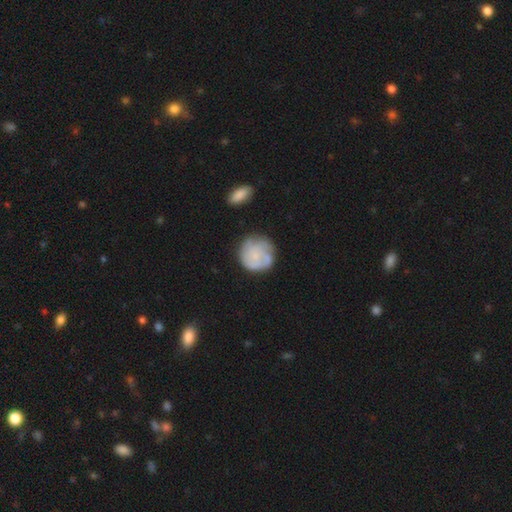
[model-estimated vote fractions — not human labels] Smooth or featured: smooth — 52% (featured or disk — 41%)
How rounded: round — 89% (in between — 10%)
Merging: none — 63% (minor disturbance — 22%)